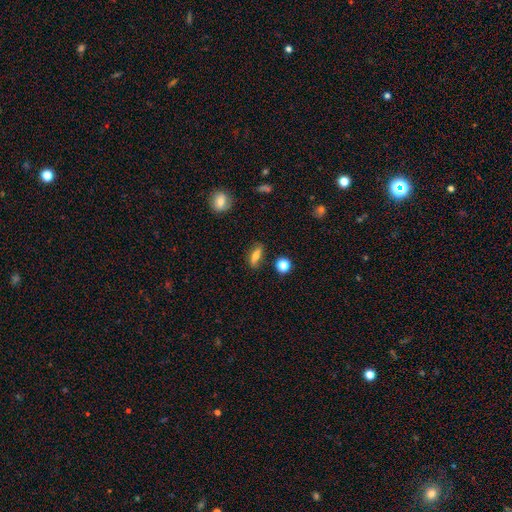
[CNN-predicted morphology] type=smooth (63%); roundness=in between (50%); merging=none (81%).